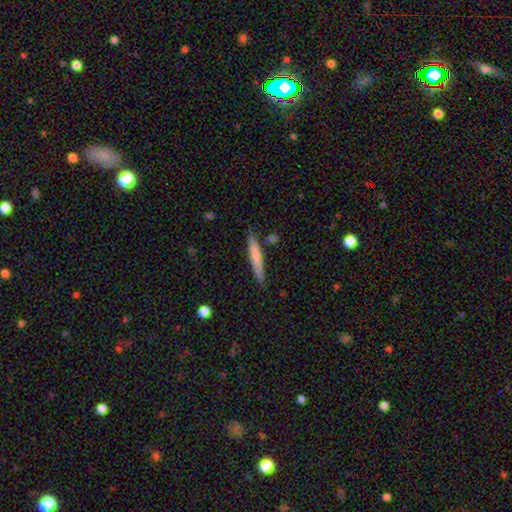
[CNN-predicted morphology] Smooth or featured? smooth (67%)
How rounded? cigar-shaped (94%)
Merging? none (82%)